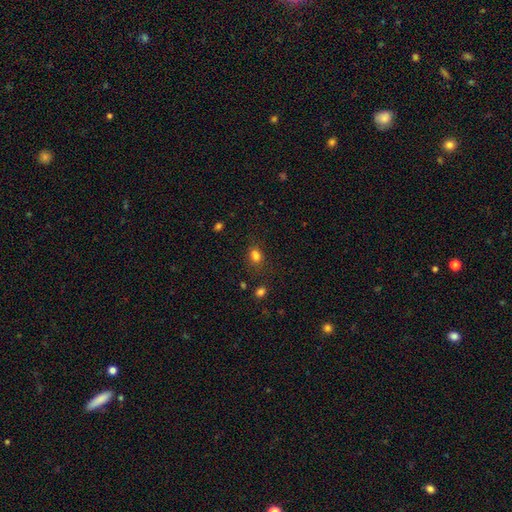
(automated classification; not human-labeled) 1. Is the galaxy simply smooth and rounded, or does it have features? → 79% smooth, 15% star or artifact, 6% featured or disk.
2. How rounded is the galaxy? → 57% in between, 41% round, 1% cigar-shaped.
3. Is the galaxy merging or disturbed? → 68% none, 18% minor disturbance, 8% merger, 6% major disturbance.